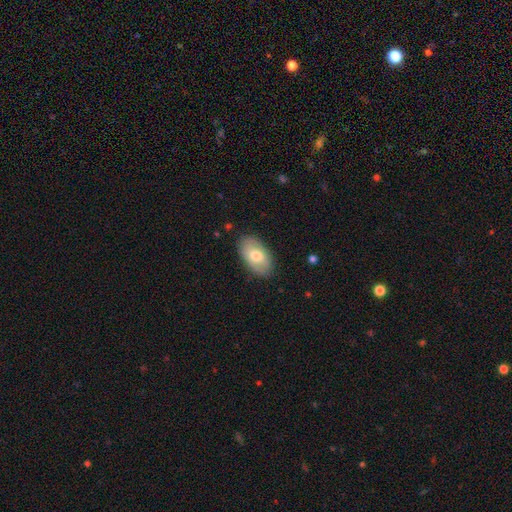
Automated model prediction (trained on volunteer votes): Smooth or featured: smooth — 69% (featured or disk — 25%)
How rounded: in between — 94% (round — 5%)
Merging: none — 84% (minor disturbance — 13%)